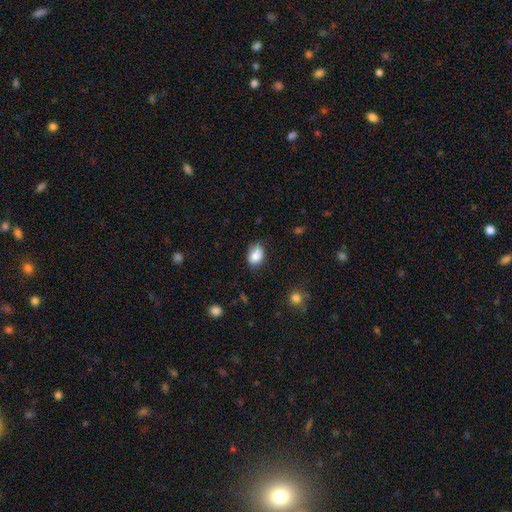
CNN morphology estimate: type=smooth (86%); roundness=in between (78%); merging=none (70%).